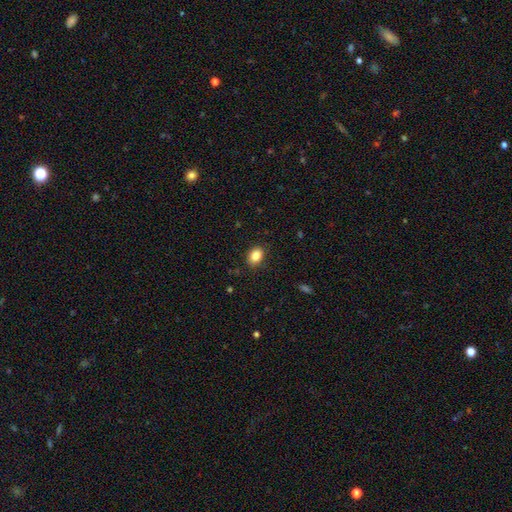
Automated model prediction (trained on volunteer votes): A smooth galaxy with no disk features (86%) that is in between round and cigar-shaped (73%).

Vote fractions:
- Smooth or featured? smooth: 86% / star or artifact: 9% / featured or disk: 6%
- How rounded? in between: 73% / round: 26% / cigar-shaped: 1%
- Merging? none: 88% / minor disturbance: 9% / major disturbance: 2% / merger: 1%